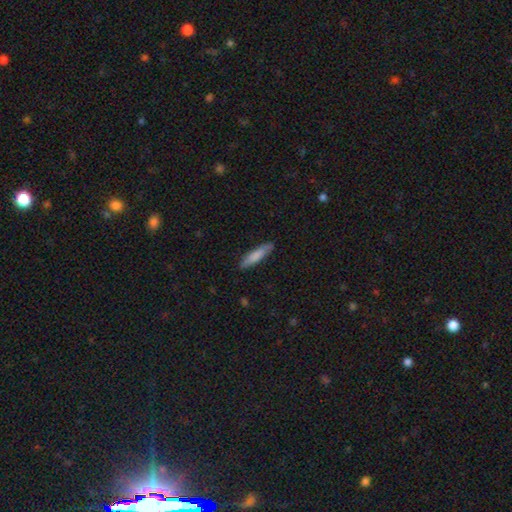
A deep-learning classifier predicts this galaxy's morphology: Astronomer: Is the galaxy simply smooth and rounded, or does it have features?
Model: smooth — 80%.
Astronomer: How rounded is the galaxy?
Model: cigar-shaped — 82%.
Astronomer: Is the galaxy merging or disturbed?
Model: none — 86%.